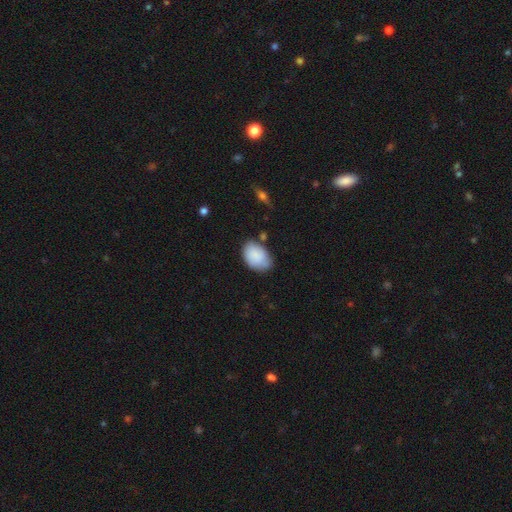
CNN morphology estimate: Smooth or featured? smooth (83%)
How rounded? in between (86%)
Merging? none (61%)